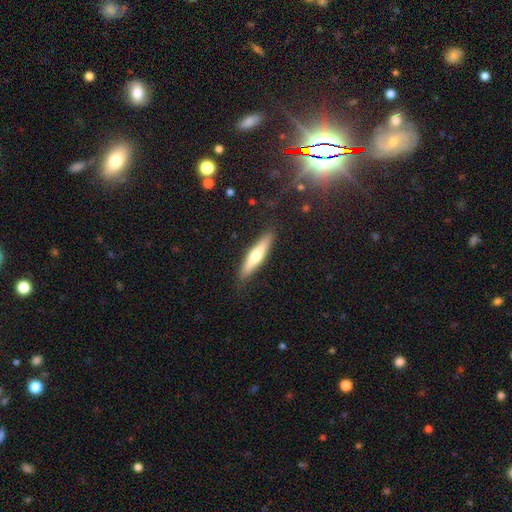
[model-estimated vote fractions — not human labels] Q: Smooth or featured?
A: smooth (53%); runner-up: featured or disk (41%)
Q: How rounded?
A: cigar-shaped (81%); runner-up: in between (18%)
Q: Merging?
A: none (87%); runner-up: minor disturbance (10%)